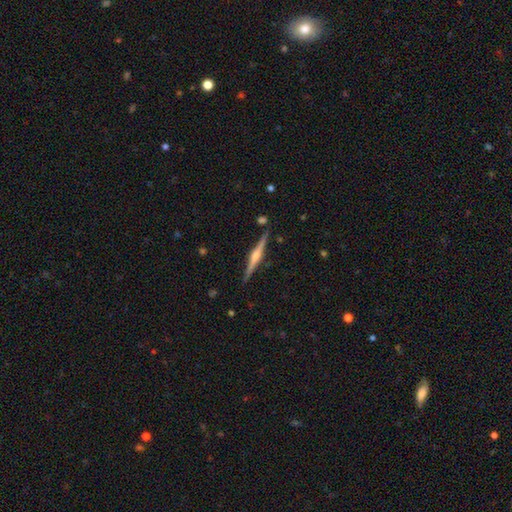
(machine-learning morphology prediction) Smooth or featured: featured or disk — 78% (smooth — 16%)
Edge-on disk: yes — 98% (no — 2%)
Edge-on bulge: rounded — 77% (boxy — 16%)
Merging: none — 89% (minor disturbance — 8%)